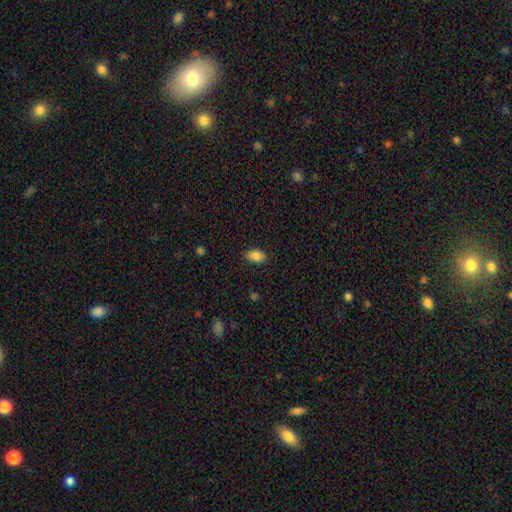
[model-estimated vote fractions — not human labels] Smooth or featured? smooth (85%)
How rounded? in between (91%)
Merging? none (87%)